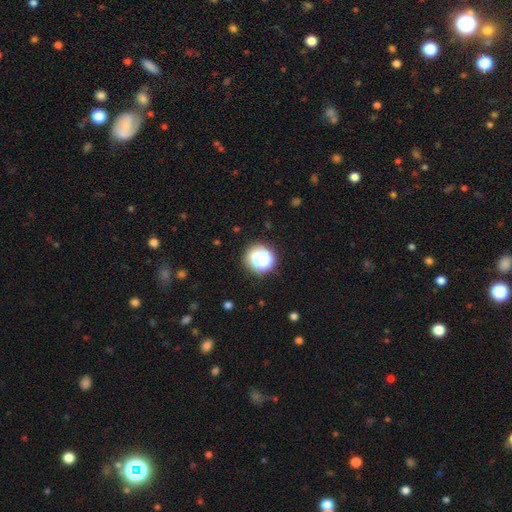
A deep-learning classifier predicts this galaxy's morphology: smooth 54%, star or artifact 33%, featured or disk 13%. Down the decision tree: how rounded — round (86%); merging — none (74%).